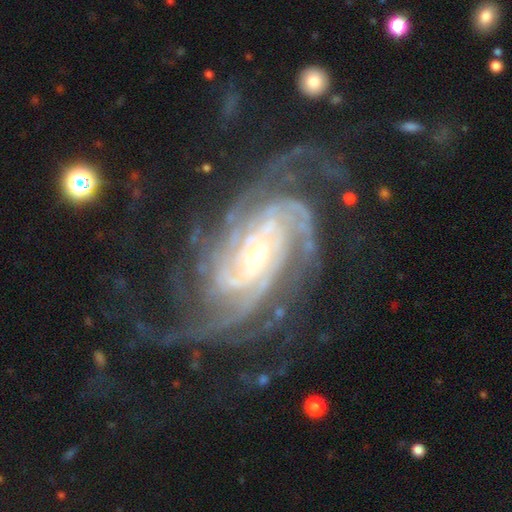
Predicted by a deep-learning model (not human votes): smooth_or_featured: featured or disk (p=0.93) [alt: star or artifact p=0.04]
disk_edge_on: no (p=0.97) [alt: yes p=0.03]
bar: no (p=0.38) [alt: weak p=0.37]
has_spiral_arms: yes (p=0.99) [alt: no p=0.01]
spiral_winding: tight (p=0.65) [alt: medium p=0.29]
spiral_arm_count: 4 (p=0.28) [alt: 3 p=0.19]
bulge_size: small (p=0.46) [alt: moderate p=0.45]
merging: none (p=0.68) [alt: minor disturbance p=0.16]